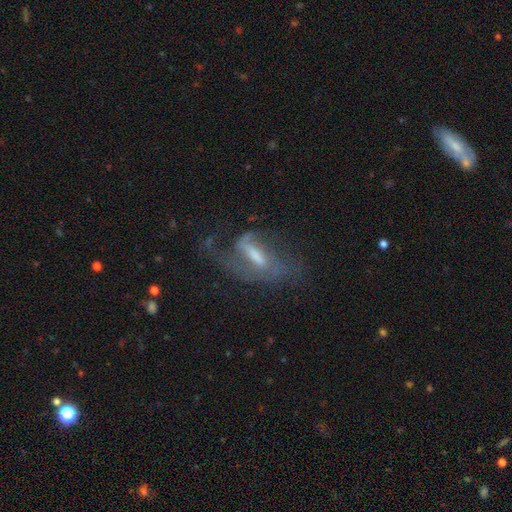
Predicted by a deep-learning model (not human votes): smooth_or_featured: featured or disk (p=0.74) [alt: smooth p=0.17]
disk_edge_on: no (p=0.90) [alt: yes p=0.10]
bar: strong (p=0.43) [alt: weak p=0.41]
has_spiral_arms: yes (p=0.84) [alt: no p=0.16]
spiral_winding: medium (p=0.42) [alt: loose p=0.41]
spiral_arm_count: 2 (p=0.55) [alt: 1 p=0.24]
bulge_size: moderate (p=0.43) [alt: small p=0.24]
merging: none (p=0.42) [alt: major disturbance p=0.36]